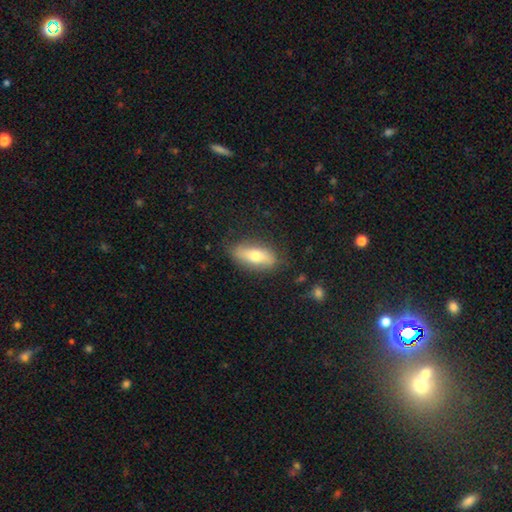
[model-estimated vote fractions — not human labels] smooth 64%, featured or disk 30%, star or artifact 7%. Down the decision tree: how rounded — in between (68%); merging — none (79%).